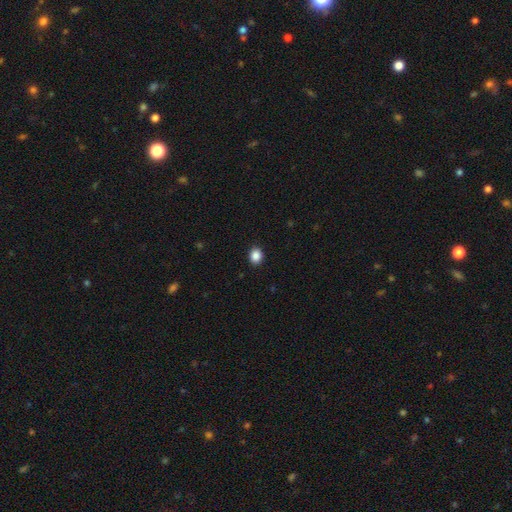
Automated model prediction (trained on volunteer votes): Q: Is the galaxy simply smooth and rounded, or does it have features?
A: smooth — 87%.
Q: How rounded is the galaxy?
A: round — 57%.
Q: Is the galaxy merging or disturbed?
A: none — 92%.